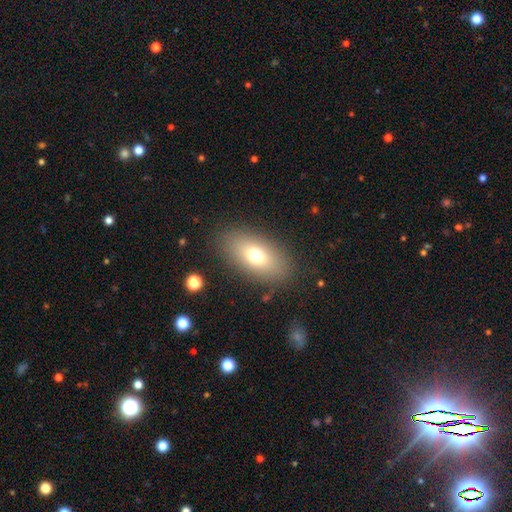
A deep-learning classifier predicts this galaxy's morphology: Smooth or featured: smooth — 70% (featured or disk — 19%)
How rounded: in between — 87% (round — 8%)
Merging: none — 85% (minor disturbance — 9%)